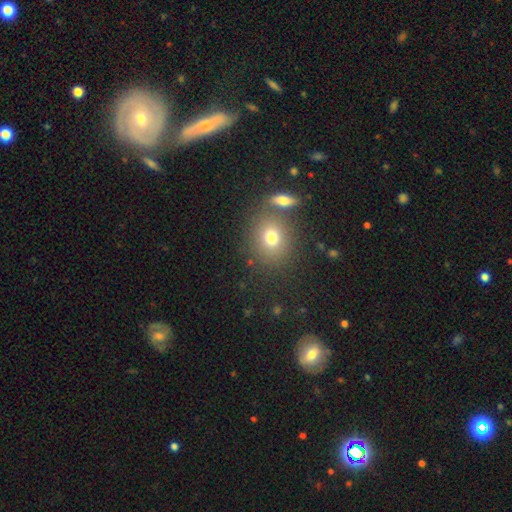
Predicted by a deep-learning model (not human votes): Smooth or featured?
  - smooth: 50% *
  - star or artifact: 27%
  - featured or disk: 24%
Merging?
  - none: 76% *
  - minor disturbance: 11%
  - merger: 9%
  - major disturbance: 4%